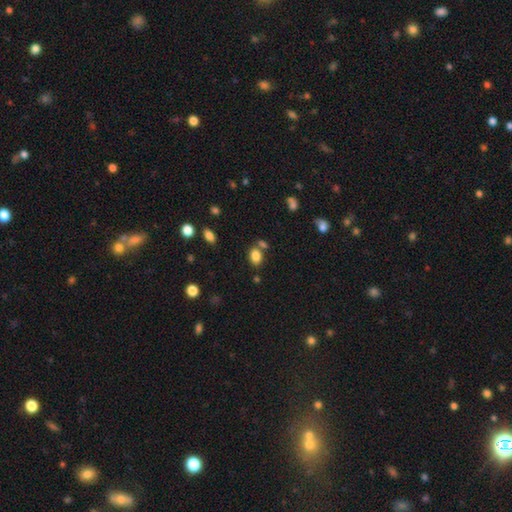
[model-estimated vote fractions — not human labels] Overall: smooth (84%). How rounded: in between (75%). Merging: none (68%).